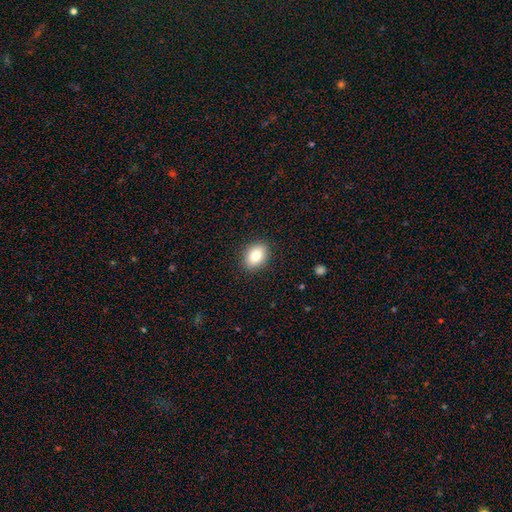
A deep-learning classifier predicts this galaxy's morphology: type=smooth (85%); roundness=in between (76%); merging=none (89%).